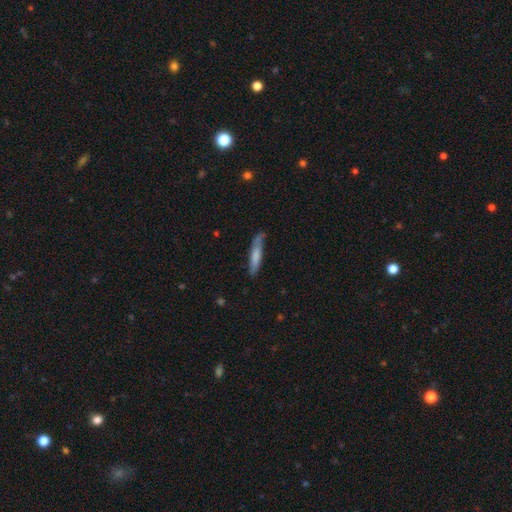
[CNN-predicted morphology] A smooth galaxy with no disk features (68%) that is cigar-shaped (86%).

Vote fractions:
- Smooth or featured? smooth: 68% / featured or disk: 27% / star or artifact: 5%
- How rounded? cigar-shaped: 86% / in between: 12% / round: 1%
- Merging? none: 68% / minor disturbance: 24% / major disturbance: 6% / merger: 2%